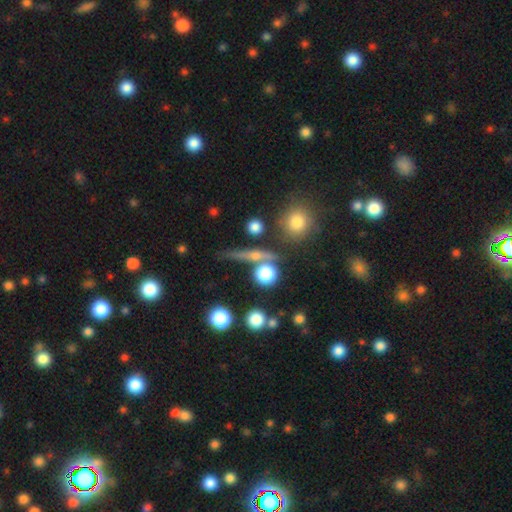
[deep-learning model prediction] Smooth or featured: smooth — 43% (featured or disk — 41%)
Merging: none — 71% (minor disturbance — 12%)